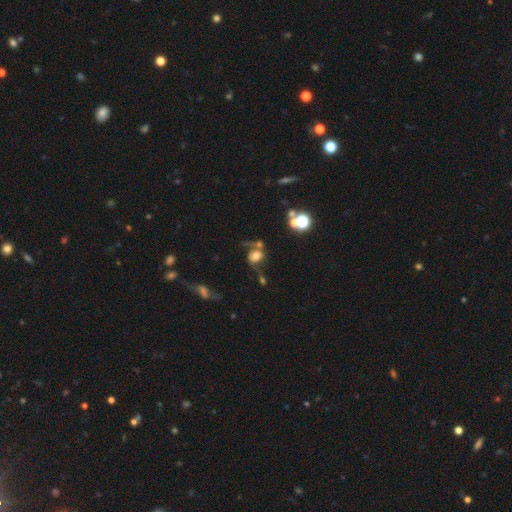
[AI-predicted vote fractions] A smooth galaxy with no disk features (51%) that is round (56%).

Vote fractions:
- Smooth or featured? smooth: 51% / featured or disk: 34% / star or artifact: 15%
- How rounded? round: 56% / in between: 42% / cigar-shaped: 2%
- Merging? none: 36% / major disturbance: 24% / merger: 23% / minor disturbance: 17%